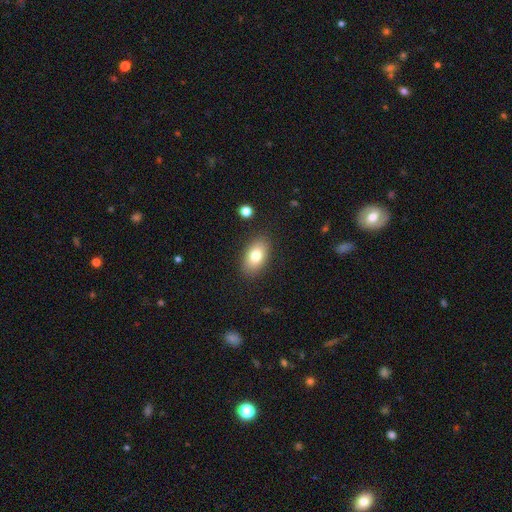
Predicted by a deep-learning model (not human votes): A smooth galaxy with no disk features (79%) that is in between round and cigar-shaped (92%).

Vote fractions:
- Smooth or featured? smooth: 79% / featured or disk: 13% / star or artifact: 8%
- How rounded? in between: 92% / round: 6% / cigar-shaped: 2%
- Merging? none: 86% / minor disturbance: 10% / major disturbance: 3% / merger: 2%